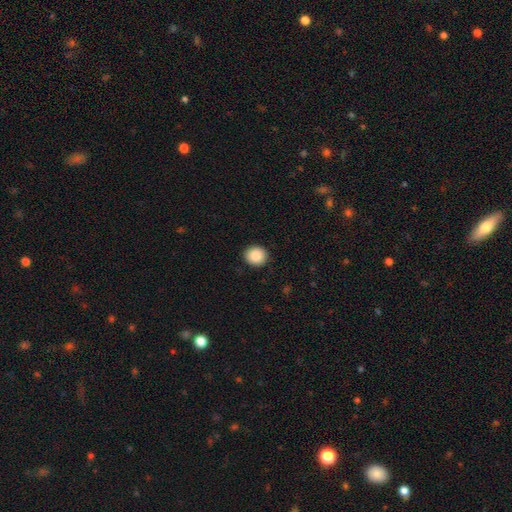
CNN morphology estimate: smooth-or-featured: smooth: 88% | star or artifact: 8% | featured or disk: 4%
  how-rounded: round: 85% | in between: 14% | cigar-shaped: 1%
  merging: none: 92% | minor disturbance: 6% | major disturbance: 2% | merger: 1%